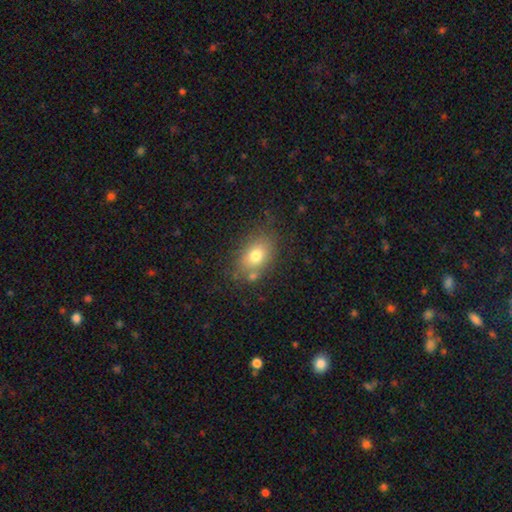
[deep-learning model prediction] Smooth or featured? Predicted: smooth (p=0.75). How rounded? Predicted: in between (p=0.76). Merging? Predicted: none (p=0.71).